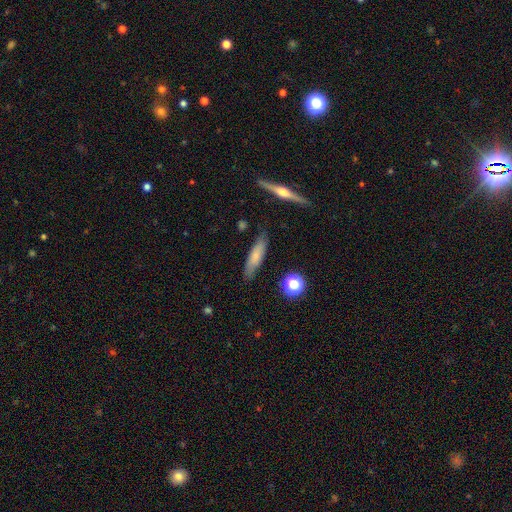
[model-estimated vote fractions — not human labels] Morphology: type=smooth (66%); roundness=cigar-shaped (71%); merging=none (81%).